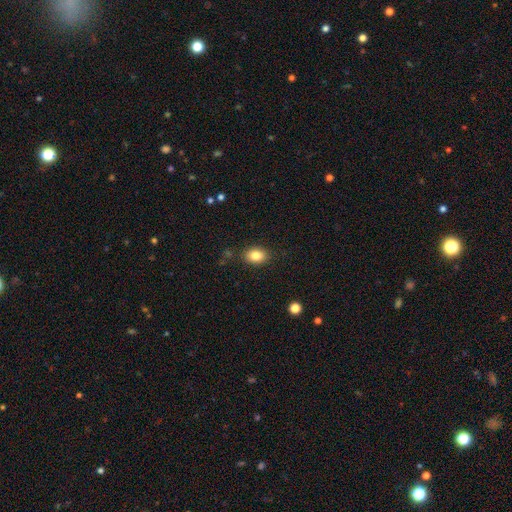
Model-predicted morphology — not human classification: The model was most divided on "how rounded": in between: 71%, round: 28%, cigar-shaped: 1%. More confident: merging — none (87%); smooth or featured — smooth (84%).